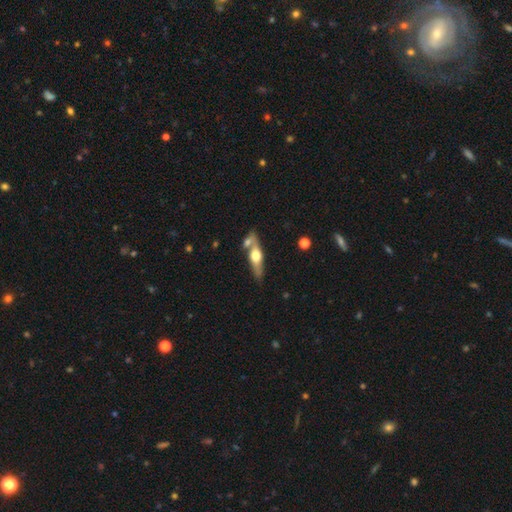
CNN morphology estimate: Smooth or featured? featured or disk (56%)
Edge-on disk? yes (86%)
Merging? none (61%)